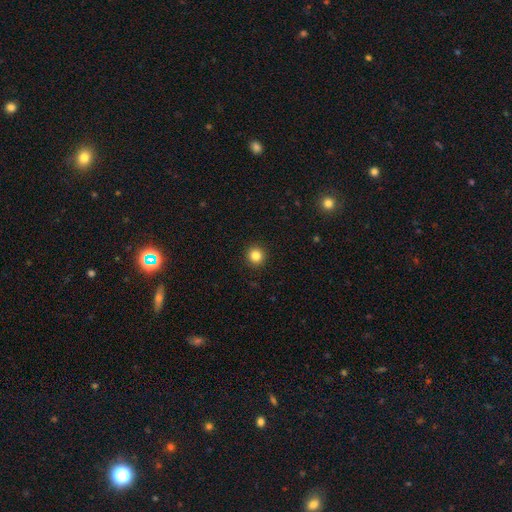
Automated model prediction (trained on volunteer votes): This appears to be a smooth galaxy with no disk features (84%) that is round (94%). Merging: none (93%).